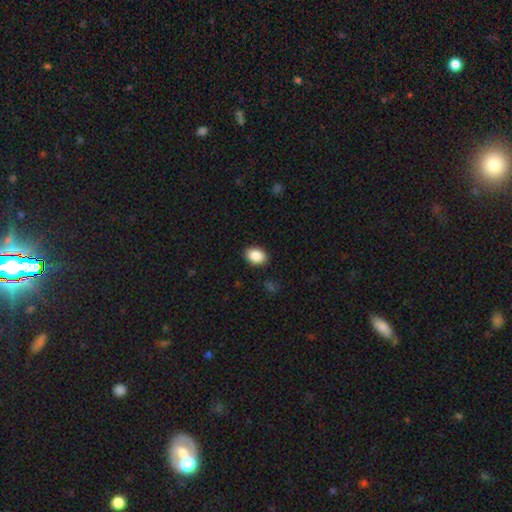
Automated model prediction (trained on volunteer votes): The model was most divided on "how rounded": in between: 75%, round: 24%, cigar-shaped: 1%. More confident: smooth or featured — smooth (89%); merging — none (88%).